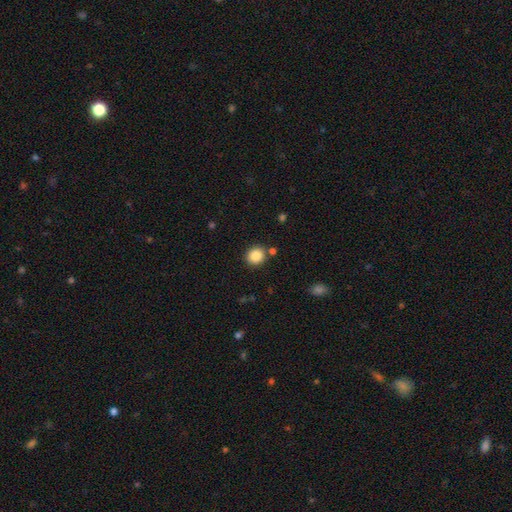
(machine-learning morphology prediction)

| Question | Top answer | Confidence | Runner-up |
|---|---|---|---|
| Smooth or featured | smooth | 86% | star or artifact (9%) |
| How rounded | round | 86% | in between (13%) |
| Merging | none | 82% | minor disturbance (8%) |